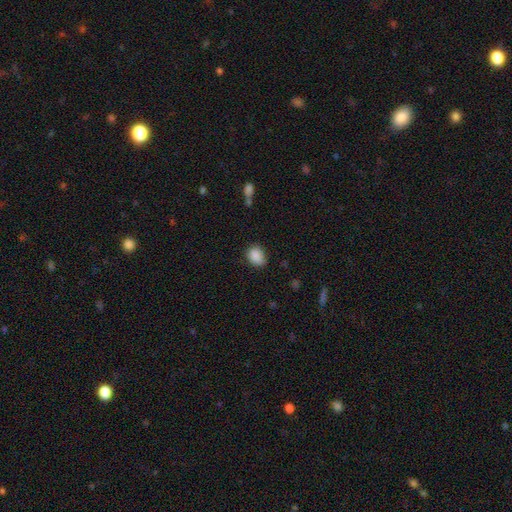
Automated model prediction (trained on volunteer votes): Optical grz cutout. It shows a smooth galaxy with no disk features (88%) that is in between round and cigar-shaped (59%). Merging: none (75%).